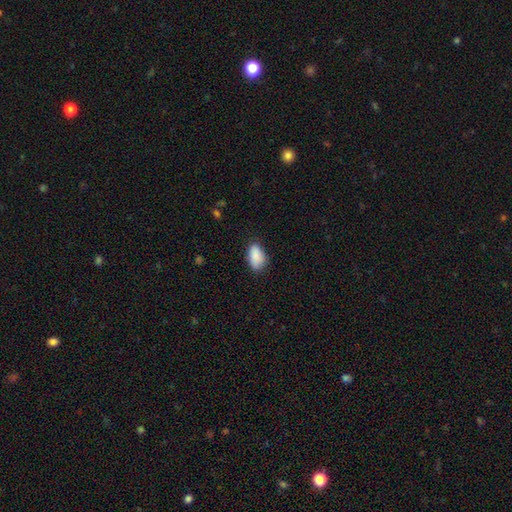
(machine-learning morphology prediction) Overall: smooth (89%). How rounded: in between (93%). Merging: none (77%).